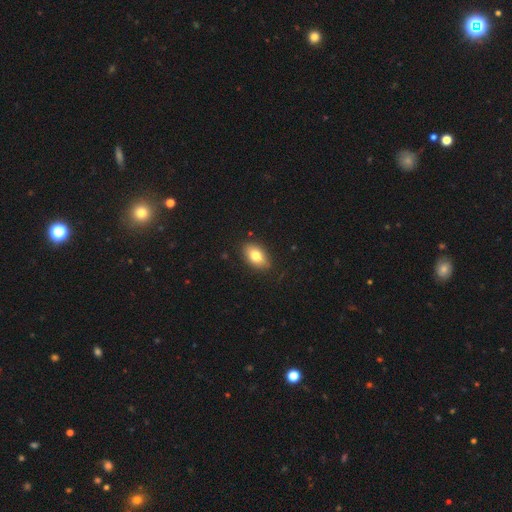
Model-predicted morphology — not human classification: Q: Smooth or featured?
A: smooth (80%); runner-up: featured or disk (12%)
Q: How rounded?
A: in between (90%); runner-up: round (8%)
Q: Merging?
A: none (86%); runner-up: minor disturbance (10%)